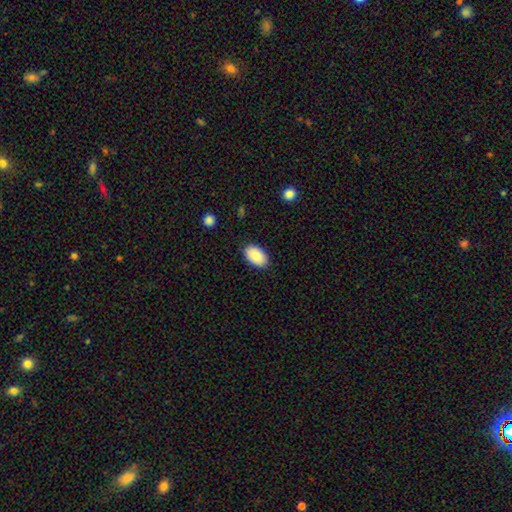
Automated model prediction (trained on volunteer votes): Morphology: type=smooth (83%); roundness=in between (92%); merging=none (86%).